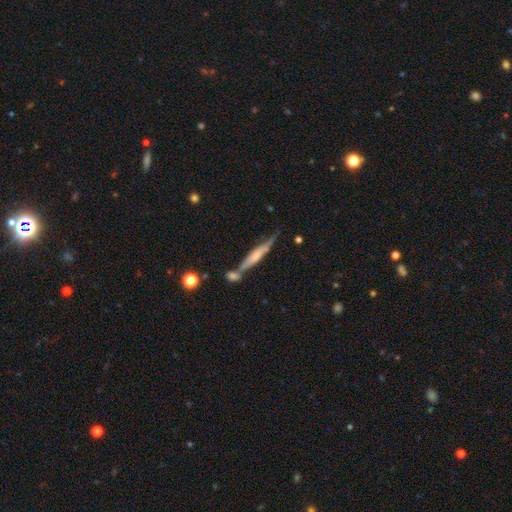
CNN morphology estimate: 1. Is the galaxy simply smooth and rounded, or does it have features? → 56% featured or disk, 37% smooth, 7% star or artifact.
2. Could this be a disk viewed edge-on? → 93% yes, 7% no.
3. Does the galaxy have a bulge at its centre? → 43% rounded, 29% boxy, 28% none.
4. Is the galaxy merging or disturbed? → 58% none, 22% merger, 16% minor disturbance, 5% major disturbance.